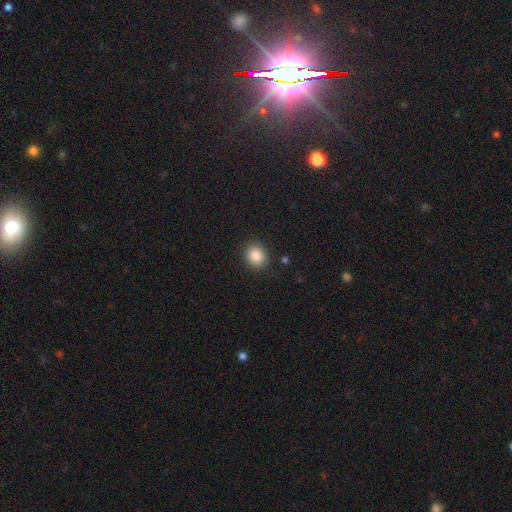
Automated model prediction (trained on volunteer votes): smooth_or_featured: smooth (p=0.86) [alt: star or artifact p=0.10]
how_rounded: round (p=0.77) [alt: in between p=0.22]
merging: none (p=0.89) [alt: minor disturbance p=0.08]